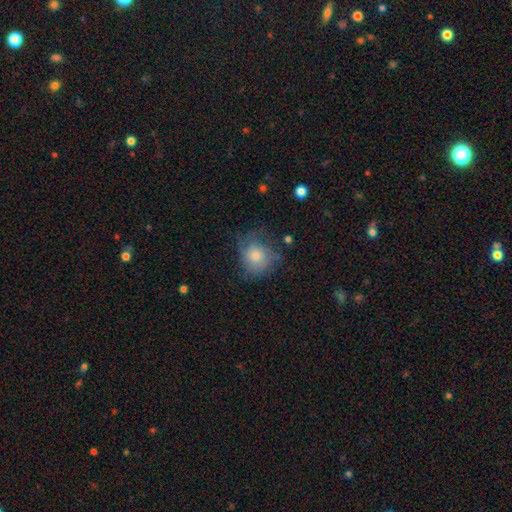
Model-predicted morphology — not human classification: type=smooth (65%); roundness=round (81%); merging=none (59%).